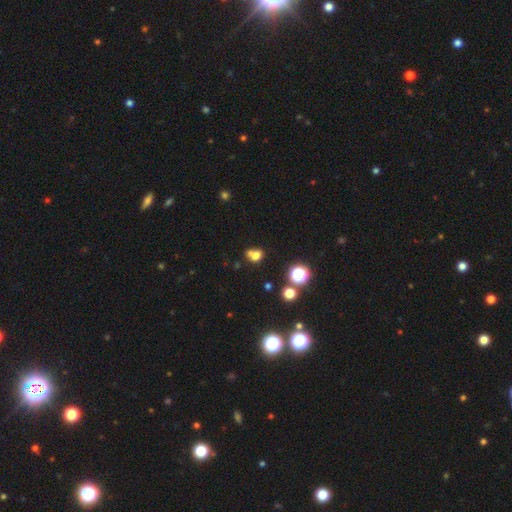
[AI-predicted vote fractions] Smooth or featured: smooth — 69% (star or artifact — 17%)
How rounded: round — 61% (in between — 38%)
Merging: merger — 44% (none — 37%)